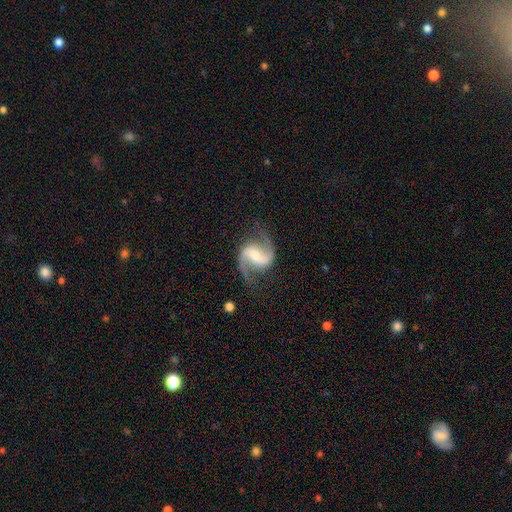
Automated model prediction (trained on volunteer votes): Smooth or featured? Predicted: featured or disk (p=0.91). Edge-on disk? Predicted: no (p=0.98). Bar? Predicted: weak (p=0.44). Spiral arms? Predicted: yes (p=0.98). Spiral winding? Predicted: medium (p=0.48). Spiral arm count? Predicted: 2 (p=0.94). Bulge size? Predicted: small (p=0.39). Merging? Predicted: none (p=0.78).